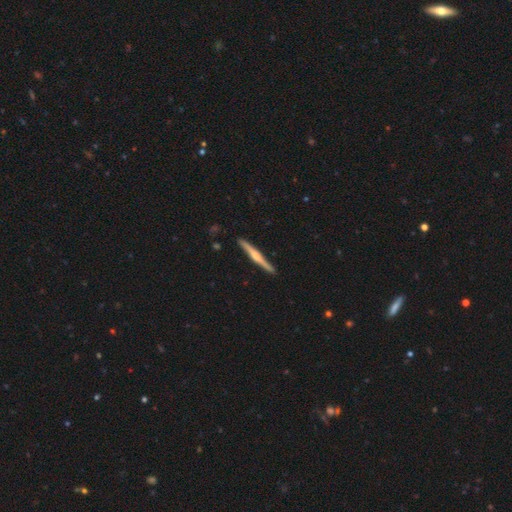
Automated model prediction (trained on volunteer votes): smooth-or-featured: featured or disk: 67% | smooth: 28% | star or artifact: 5%
  disk-edge-on: yes: 98% | no: 2%
    edge-on-bulge: rounded: 71% | none: 15% | boxy: 14%
  merging: none: 91% | minor disturbance: 7% | major disturbance: 1% | merger: 1%